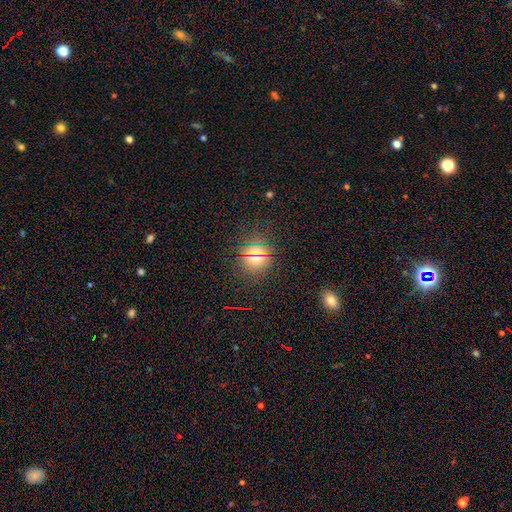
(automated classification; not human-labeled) smooth_or_featured: smooth (p=0.46) [alt: star or artifact p=0.43]
merging: none (p=0.83) [alt: minor disturbance p=0.09]